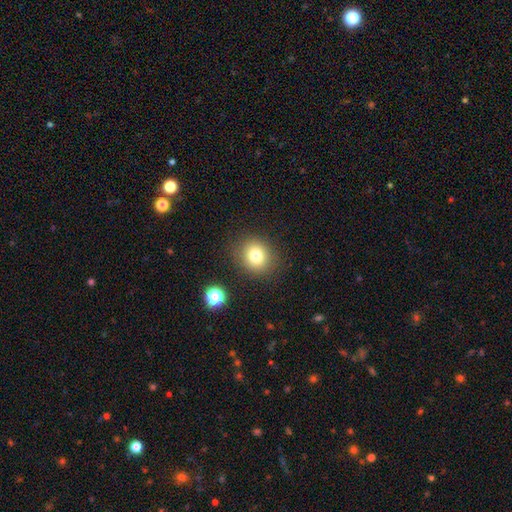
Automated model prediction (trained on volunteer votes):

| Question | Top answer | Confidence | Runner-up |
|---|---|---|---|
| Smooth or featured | smooth | 78% | star or artifact (13%) |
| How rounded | round | 79% | in between (21%) |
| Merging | none | 85% | minor disturbance (9%) |